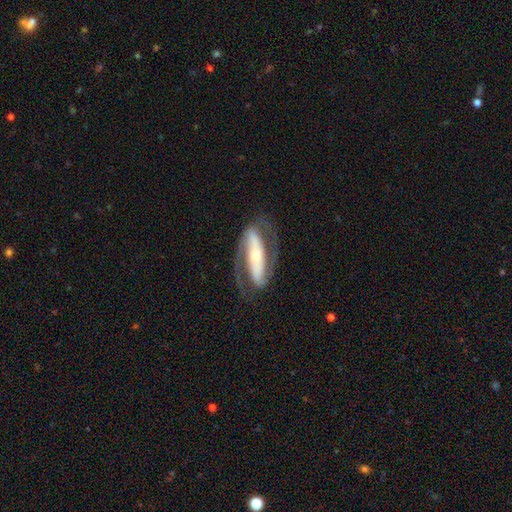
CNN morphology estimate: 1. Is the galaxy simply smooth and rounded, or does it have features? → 84% featured or disk, 12% smooth, 5% star or artifact.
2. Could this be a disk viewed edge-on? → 88% no, 12% yes.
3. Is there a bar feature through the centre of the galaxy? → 65% strong, 20% no, 15% weak.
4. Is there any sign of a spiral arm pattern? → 89% yes, 11% no.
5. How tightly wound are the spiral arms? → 44% medium, 34% tight, 21% loose.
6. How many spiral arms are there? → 88% 2, 5% can't tell, 4% 1, 1% 3, 1% 4, 1% more than 4.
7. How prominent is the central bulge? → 53% small, 39% moderate, 5% large, 2% dominant, 2% none.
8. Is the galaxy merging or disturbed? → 76% none, 13% minor disturbance, 9% major disturbance, 1% merger.